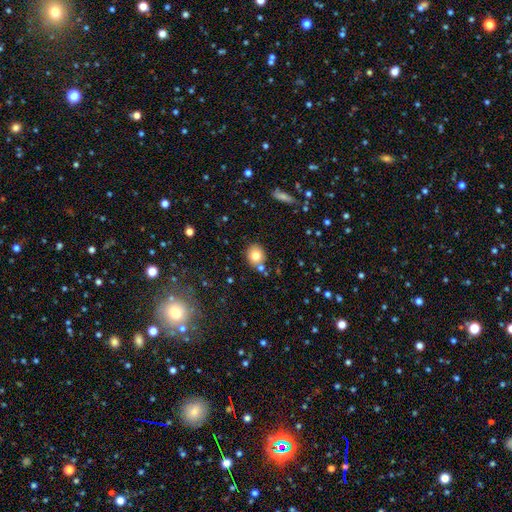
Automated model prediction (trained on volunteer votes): Morphology: type=smooth (78%); roundness=round (75%); merging=none (76%).